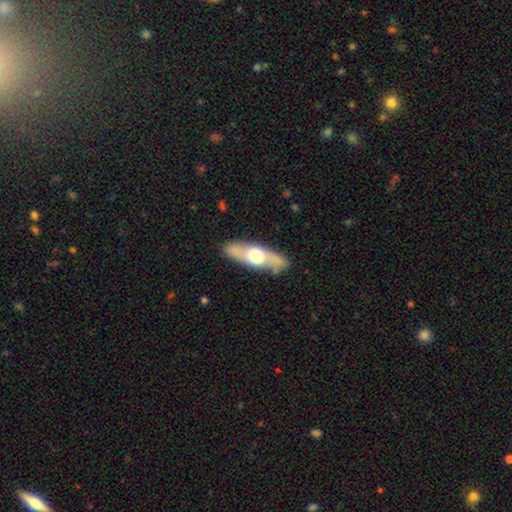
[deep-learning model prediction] Q: Smooth or featured?
A: smooth (48%); runner-up: featured or disk (47%)
Q: Merging?
A: none (85%); runner-up: minor disturbance (11%)